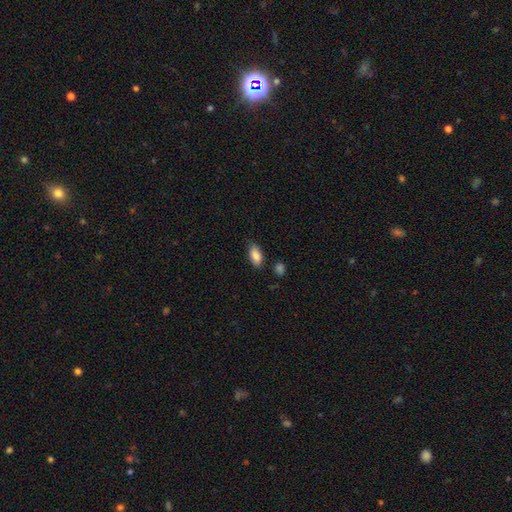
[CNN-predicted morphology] Smooth or featured? smooth (85%)
How rounded? in between (88%)
Merging? none (78%)